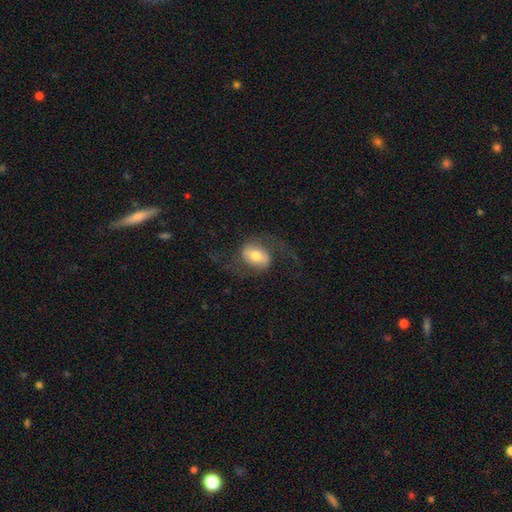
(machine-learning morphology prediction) This is possibly a featured or disk galaxy (56%). It is clearly not viewed edge-on (94%). Bar: marginally weak (38%). Spiral arm pattern: likely yes (79%). Central bulge: likely moderate (64%). Merging: likely none (61%).